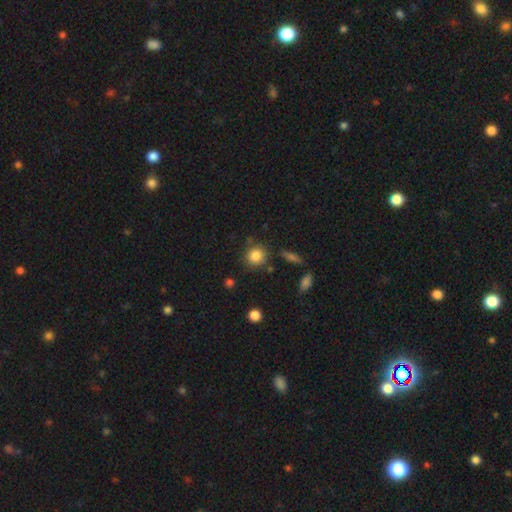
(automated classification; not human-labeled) Smooth or featured? Predicted: smooth (p=0.84). How rounded? Predicted: round (p=0.84). Merging? Predicted: none (p=0.79).